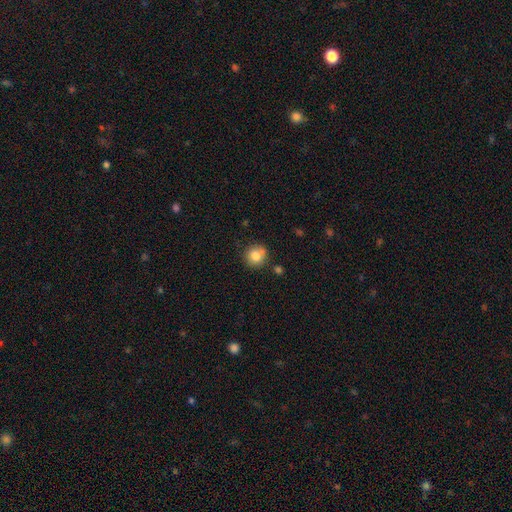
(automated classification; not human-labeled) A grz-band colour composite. It shows a smooth galaxy with no disk features (81%) that is round (89%). Merging: none (77%).